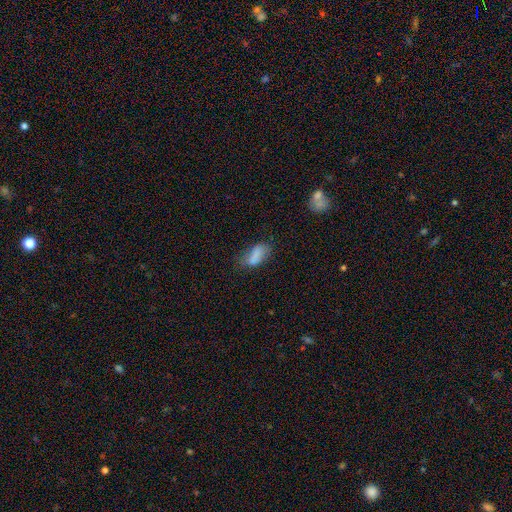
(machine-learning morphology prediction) Smooth or featured?
  - smooth: 76% *
  - featured or disk: 14%
  - star or artifact: 10%
How rounded?
  - in between: 88% *
  - cigar-shaped: 9%
  - round: 4%
Merging?
  - none: 46% *
  - minor disturbance: 32%
  - major disturbance: 17%
  - merger: 4%